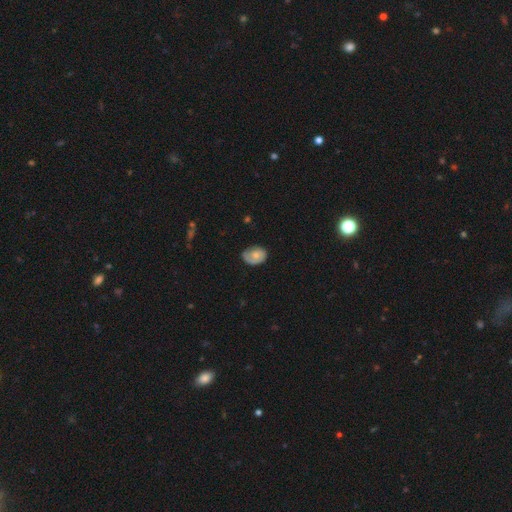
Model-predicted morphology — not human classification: type=smooth (58%); roundness=in between (72%); merging=none (53%).